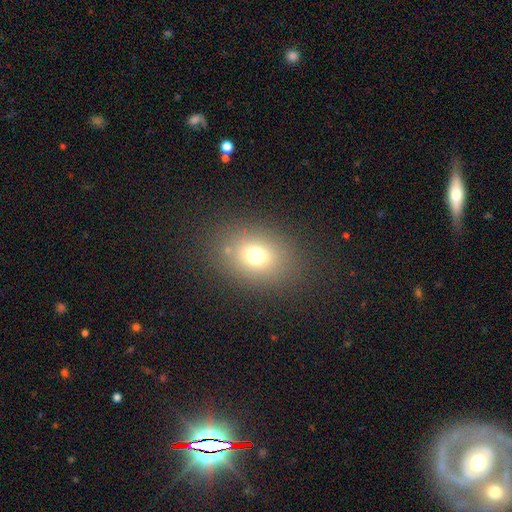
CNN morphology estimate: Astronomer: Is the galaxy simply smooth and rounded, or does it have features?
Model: smooth — 71%.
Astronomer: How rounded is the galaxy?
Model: in between — 60% (runner-up: round, 39%).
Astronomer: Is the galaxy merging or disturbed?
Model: none — 81%.